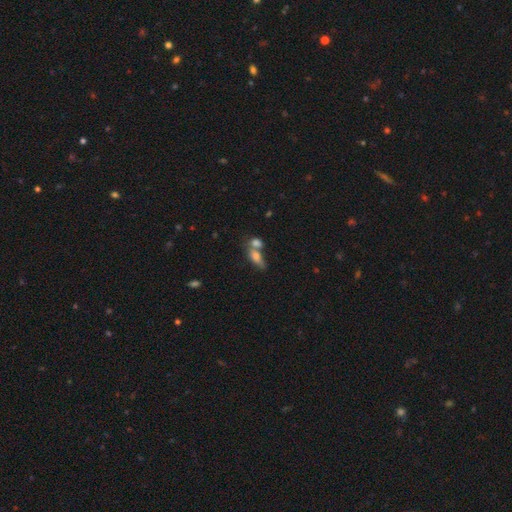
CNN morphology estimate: smooth 65%, featured or disk 22%, star or artifact 13%. Down the decision tree: how rounded — in between (70%); merging — merger (46%).